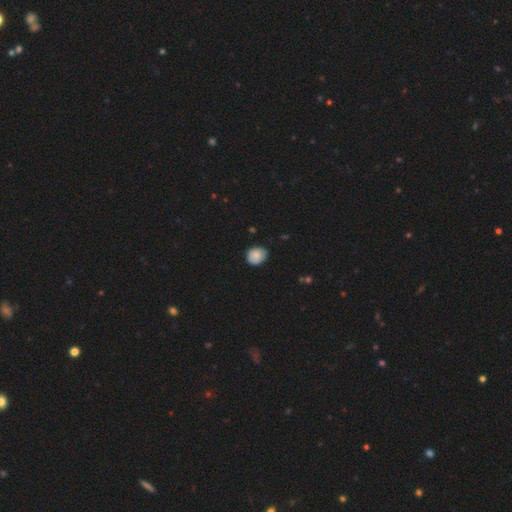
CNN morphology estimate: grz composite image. It shows a smooth galaxy with no disk features (81%) that is round (61%). Merging: none (72%).